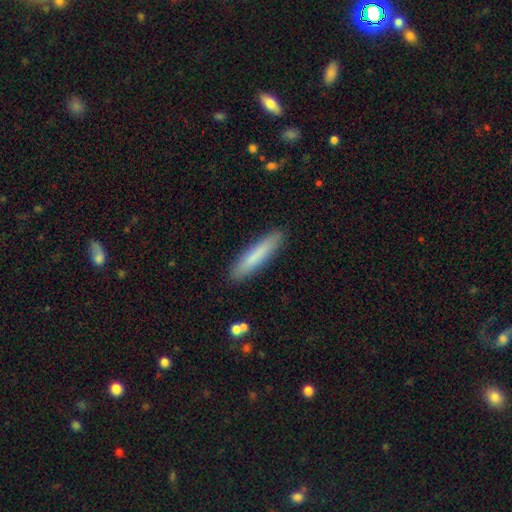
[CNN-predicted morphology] This is likely a smooth galaxy (79%). How rounded: clearly cigar-shaped (89%). Merging: clearly none (89%).